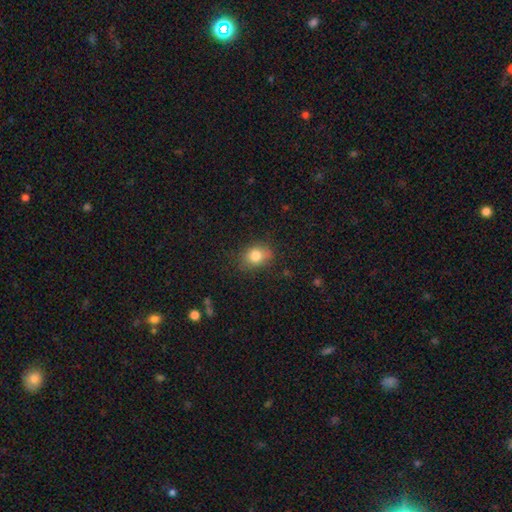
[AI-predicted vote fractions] Smooth or featured? smooth (82%)
How rounded? in between (61%)
Merging? none (77%)